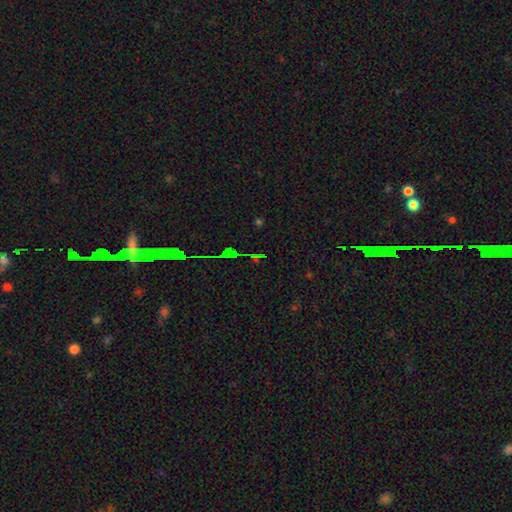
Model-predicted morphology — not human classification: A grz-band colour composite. It shows a star or artifact, not a galaxy (70%).